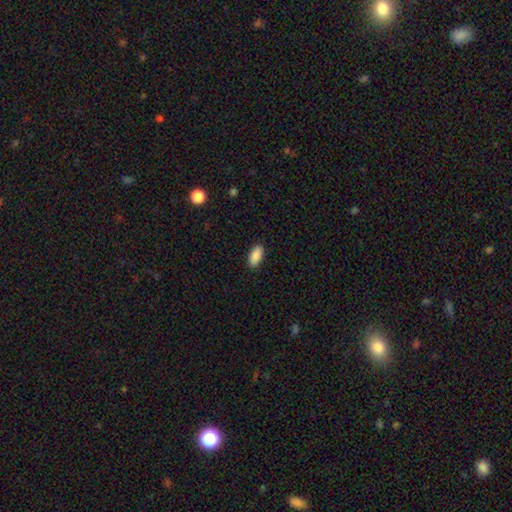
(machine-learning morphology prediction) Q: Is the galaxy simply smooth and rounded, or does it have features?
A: smooth — 89%.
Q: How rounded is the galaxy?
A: in between — 90%.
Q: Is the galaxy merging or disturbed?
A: none — 89%.